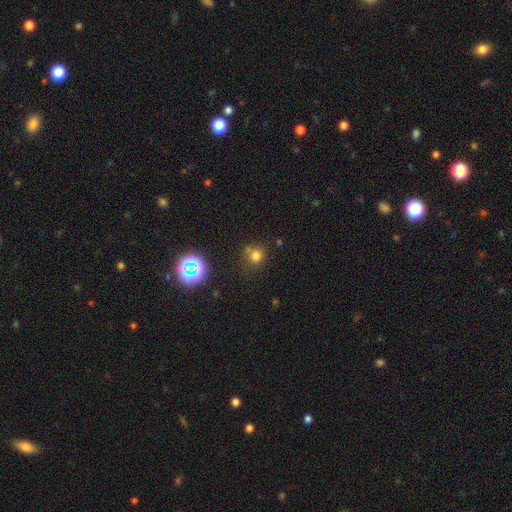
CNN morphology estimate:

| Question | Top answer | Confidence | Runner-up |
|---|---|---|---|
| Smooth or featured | smooth | 70% | star or artifact (22%) |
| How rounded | round | 85% | in between (13%) |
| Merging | none | 64% | minor disturbance (18%) |